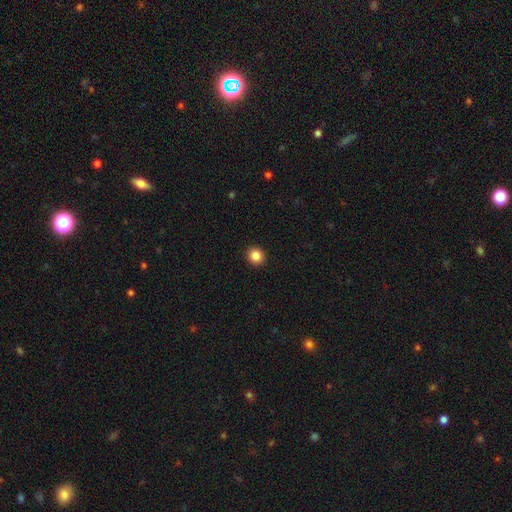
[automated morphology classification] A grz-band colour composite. It shows a smooth galaxy with no disk features (86%) that is round (85%). Merging: none (93%).